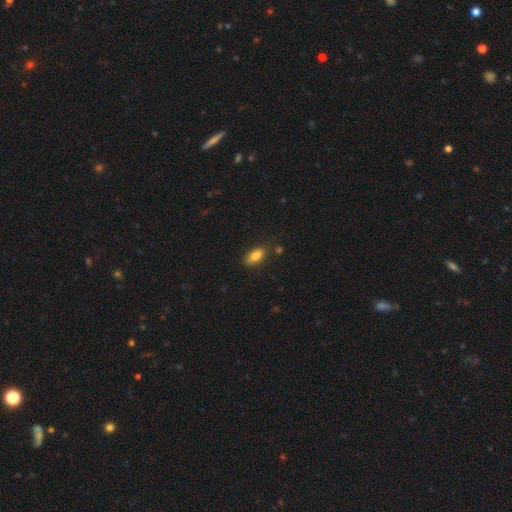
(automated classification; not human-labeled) Q: Smooth or featured?
A: smooth (84%); runner-up: featured or disk (8%)
Q: How rounded?
A: in between (87%); runner-up: cigar-shaped (10%)
Q: Merging?
A: none (79%); runner-up: minor disturbance (15%)